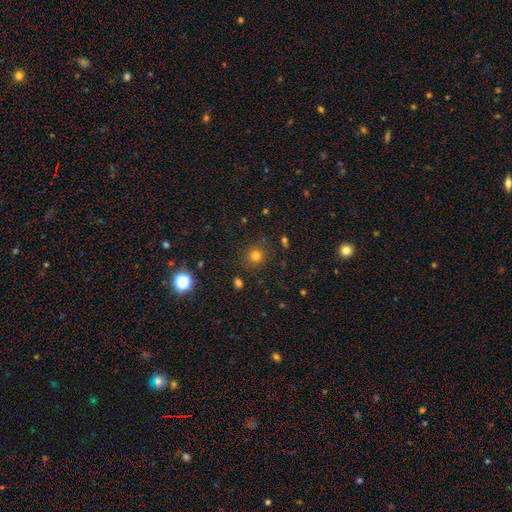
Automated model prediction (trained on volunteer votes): smooth-or-featured: smooth: 76% | star or artifact: 18% | featured or disk: 6%
  how-rounded: round: 91% | in between: 8% | cigar-shaped: 1%
  merging: none: 86% | minor disturbance: 8% | major disturbance: 3% | merger: 2%